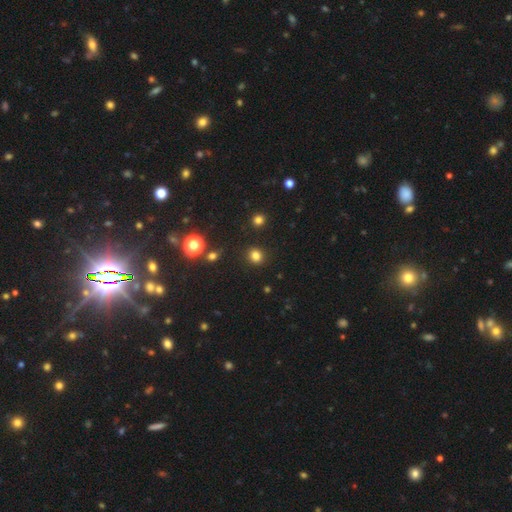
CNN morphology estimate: A smooth galaxy with no disk features (80%) that is round (83%). Merging: none (90%).